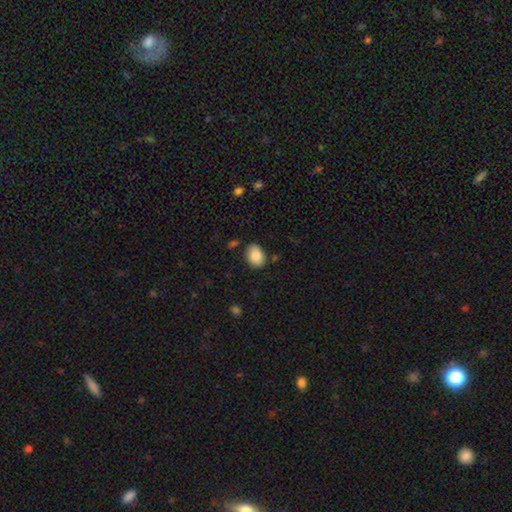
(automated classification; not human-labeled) Smooth or featured? Predicted: smooth (p=0.86). How rounded? Predicted: in between (p=0.72). Merging? Predicted: none (p=0.78).